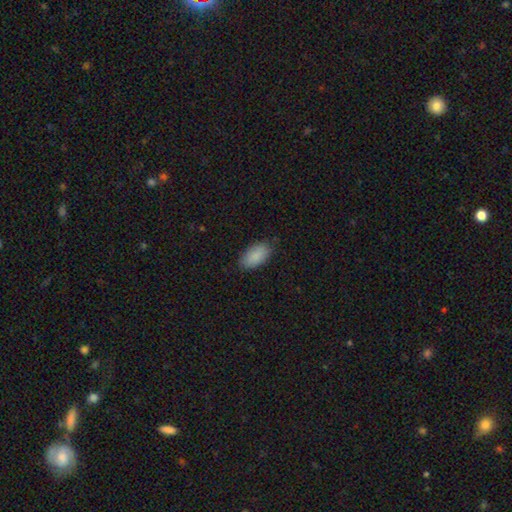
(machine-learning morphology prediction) Q: Smooth or featured?
A: smooth (89%); runner-up: star or artifact (6%)
Q: How rounded?
A: in between (94%); runner-up: cigar-shaped (3%)
Q: Merging?
A: none (82%); runner-up: minor disturbance (14%)